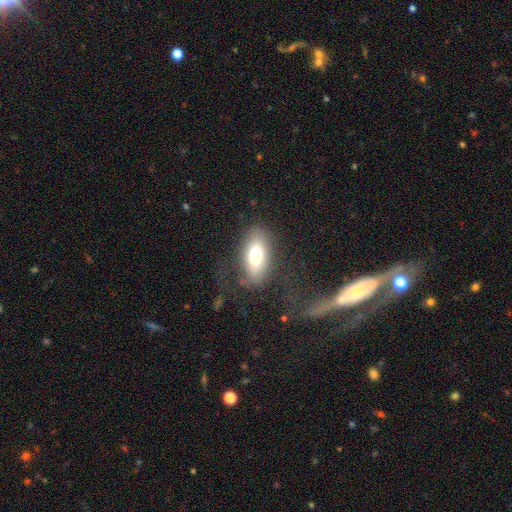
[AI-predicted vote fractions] Smooth or featured: smooth — 71% (featured or disk — 21%)
How rounded: in between — 88% (cigar-shaped — 8%)
Merging: none — 65% (minor disturbance — 18%)